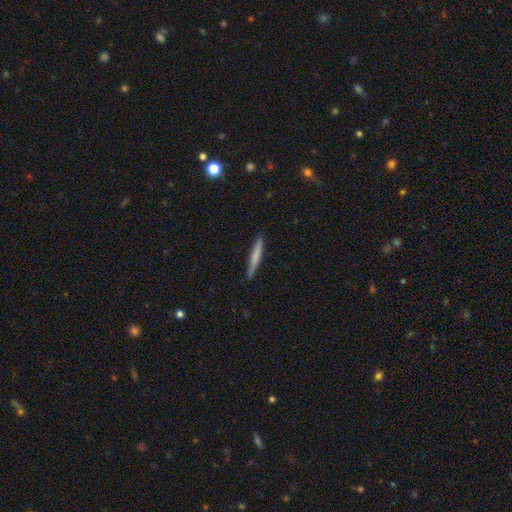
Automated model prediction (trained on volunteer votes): Smooth or featured: smooth — 68% (featured or disk — 27%)
How rounded: cigar-shaped — 95% (in between — 4%)
Merging: none — 88% (minor disturbance — 10%)